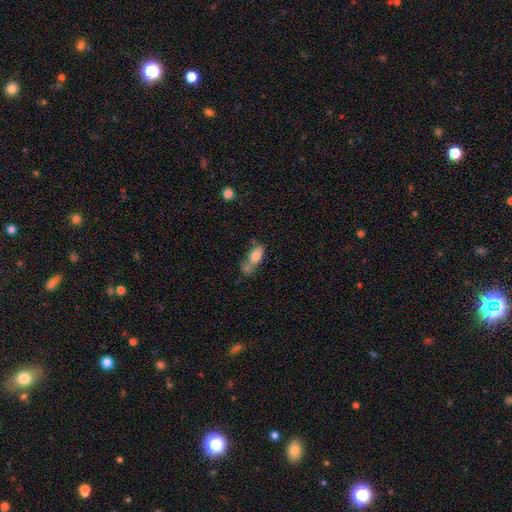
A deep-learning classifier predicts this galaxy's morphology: Smooth or featured? smooth (75%)
How rounded? in between (84%)
Merging? merger (39%)